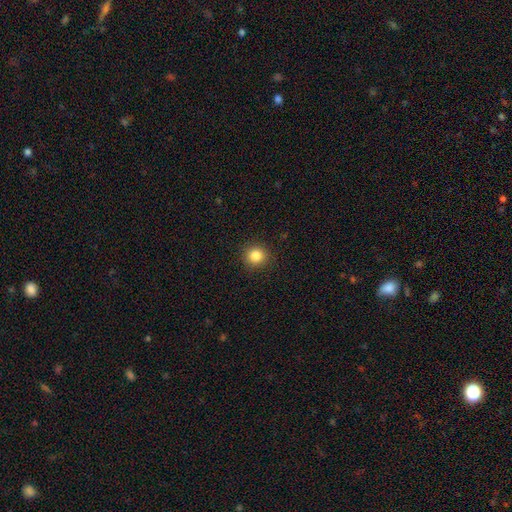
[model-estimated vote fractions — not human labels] Smooth or featured? Predicted: smooth (p=0.84). How rounded? Predicted: round (p=0.92). Merging? Predicted: none (p=0.91).